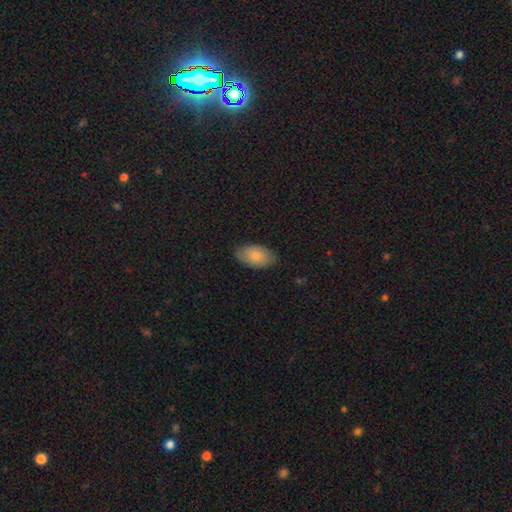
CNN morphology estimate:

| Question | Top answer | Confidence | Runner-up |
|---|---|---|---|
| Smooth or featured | smooth | 78% | featured or disk (16%) |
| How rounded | in between | 94% | round (4%) |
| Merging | none | 81% | minor disturbance (16%) |